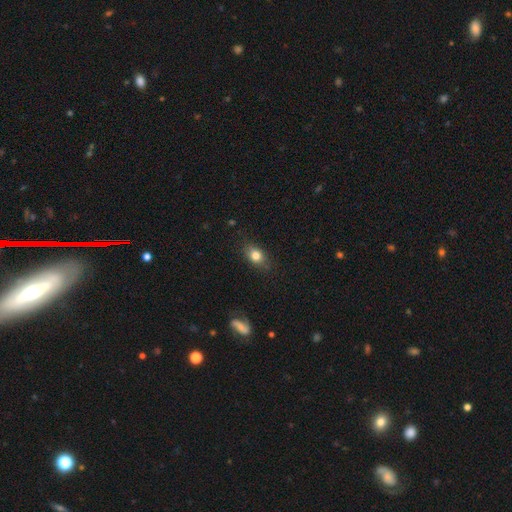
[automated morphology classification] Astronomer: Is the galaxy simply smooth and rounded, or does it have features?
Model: smooth — 79%.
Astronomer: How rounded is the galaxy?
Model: in between — 71%.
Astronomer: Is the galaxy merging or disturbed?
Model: none — 80%.